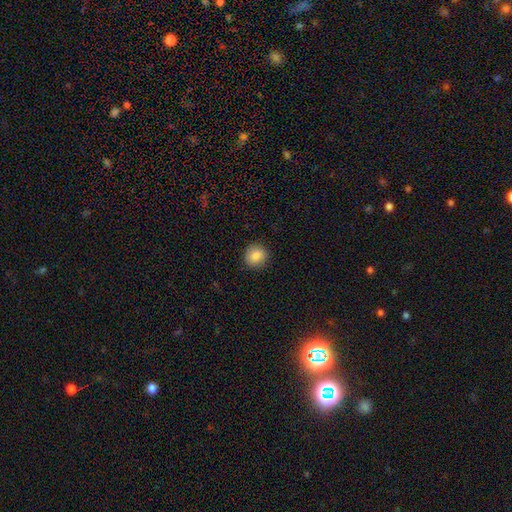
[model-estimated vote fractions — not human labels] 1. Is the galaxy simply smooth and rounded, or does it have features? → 86% smooth, 9% star or artifact, 5% featured or disk.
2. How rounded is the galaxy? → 89% round, 10% in between, 1% cigar-shaped.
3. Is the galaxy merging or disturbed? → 90% none, 7% minor disturbance, 2% major disturbance, 1% merger.